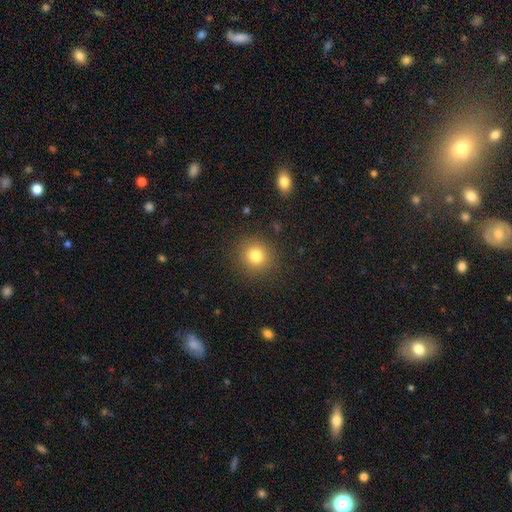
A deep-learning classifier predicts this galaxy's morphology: type=smooth (80%); roundness=round (90%); merging=none (88%).